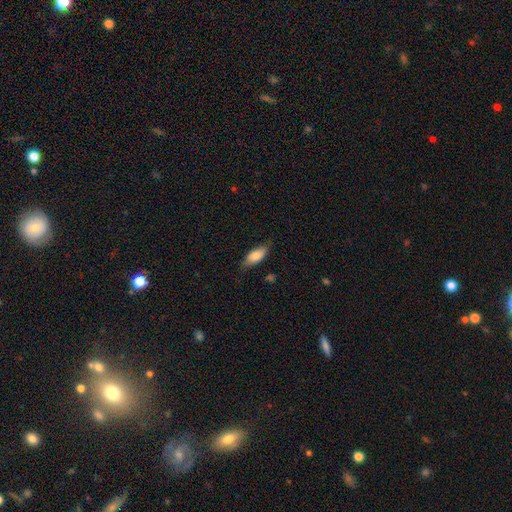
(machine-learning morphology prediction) smooth_or_featured: smooth (p=0.78) [alt: featured or disk p=0.16]
how_rounded: in between (p=0.81) [alt: cigar-shaped p=0.17]
merging: none (p=0.76) [alt: minor disturbance p=0.19]